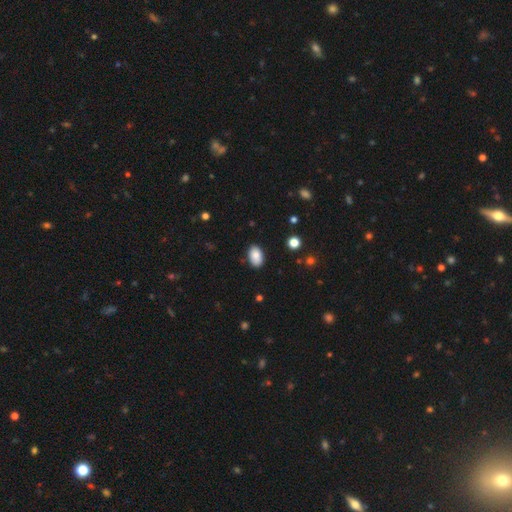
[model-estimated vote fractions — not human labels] Morphology: type=smooth (86%); roundness=in between (91%); merging=none (86%).